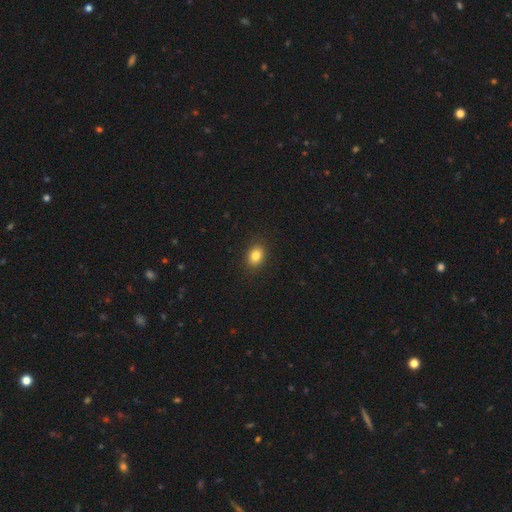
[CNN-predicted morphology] The model was most divided on "how rounded": in between: 66%, round: 33%, cigar-shaped: 1%. More confident: merging — none (89%); smooth or featured — smooth (84%).